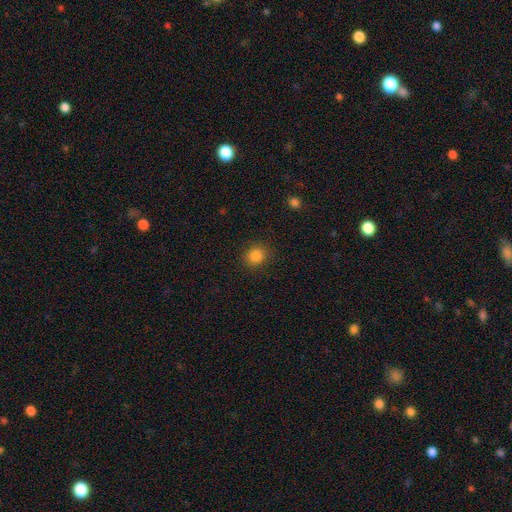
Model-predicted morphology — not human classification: Smooth or featured?
  - smooth: 84% *
  - star or artifact: 12%
  - featured or disk: 4%
How rounded?
  - round: 82% *
  - in between: 17%
  - cigar-shaped: 1%
Merging?
  - none: 88% *
  - minor disturbance: 8%
  - major disturbance: 3%
  - merger: 1%